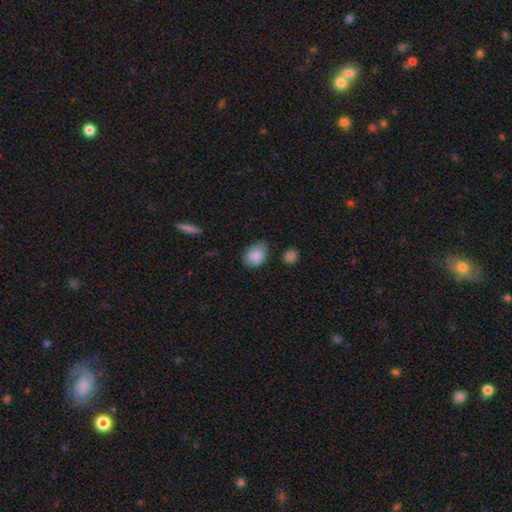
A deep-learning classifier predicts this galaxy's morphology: Q: Smooth or featured?
A: smooth (85%); runner-up: featured or disk (8%)
Q: How rounded?
A: in between (71%); runner-up: round (28%)
Q: Merging?
A: none (60%); runner-up: minor disturbance (30%)